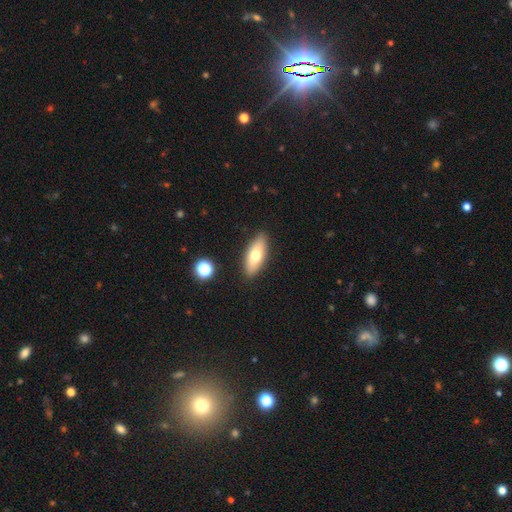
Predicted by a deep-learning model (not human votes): smooth_or_featured: smooth (p=0.69) [alt: featured or disk p=0.24]
how_rounded: in between (p=0.74) [alt: cigar-shaped p=0.23]
merging: none (p=0.87) [alt: minor disturbance p=0.09]